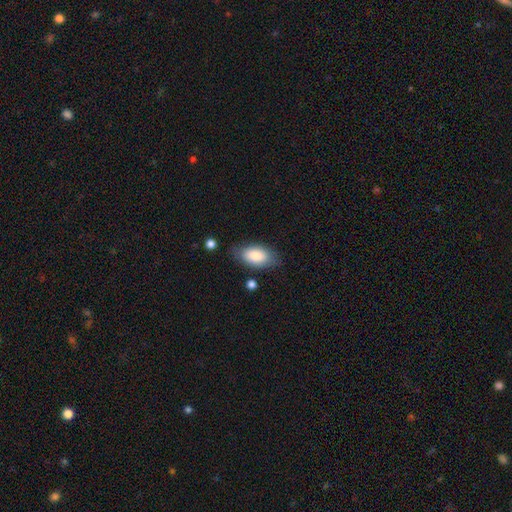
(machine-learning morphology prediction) A smooth galaxy with no disk features (85%) that is in between round and cigar-shaped (92%).

Vote fractions:
- Smooth or featured? smooth: 85% / featured or disk: 9% / star or artifact: 6%
- How rounded? in between: 92% / cigar-shaped: 5% / round: 3%
- Merging? none: 77% / minor disturbance: 16% / major disturbance: 4% / merger: 3%